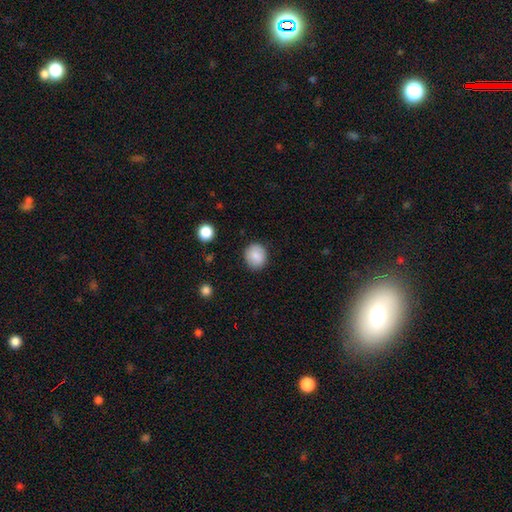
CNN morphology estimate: smooth 85%, star or artifact 8%, featured or disk 7%. Down the decision tree: how rounded — round (81%); merging — none (88%).